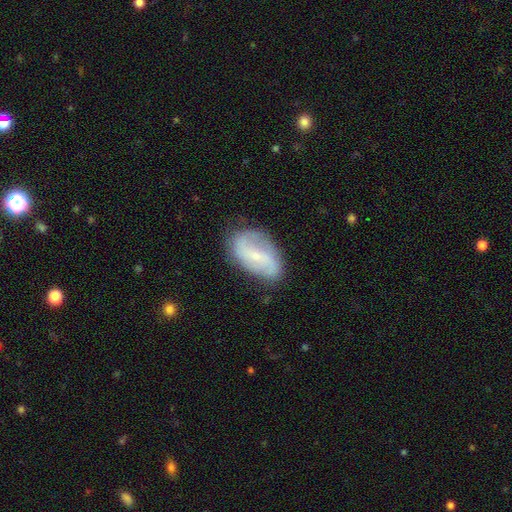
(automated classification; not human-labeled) smooth_or_featured: featured or disk (p=0.71) [alt: smooth p=0.21]
disk_edge_on: no (p=0.95) [alt: yes p=0.05]
bar: weak (p=0.43) [alt: no p=0.30]
has_spiral_arms: yes (p=0.86) [alt: no p=0.14]
spiral_winding: loose (p=0.49) [alt: medium p=0.34]
spiral_arm_count: 2 (p=0.81) [alt: can't tell p=0.12]
bulge_size: small (p=0.74) [alt: moderate p=0.20]
merging: none (p=0.73) [alt: minor disturbance p=0.19]